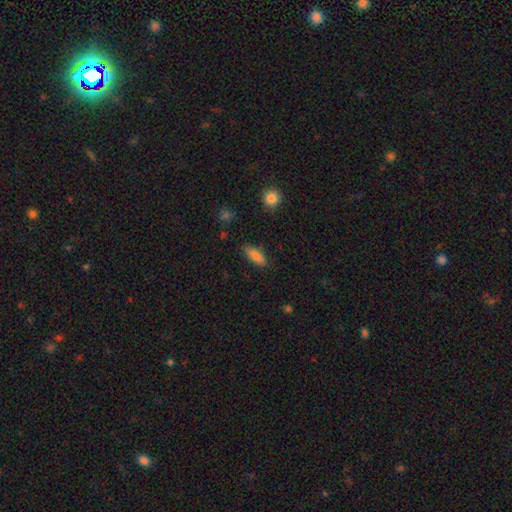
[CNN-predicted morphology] A smooth galaxy with no disk features (84%) that is in between round and cigar-shaped (65%). Merging: none (86%).